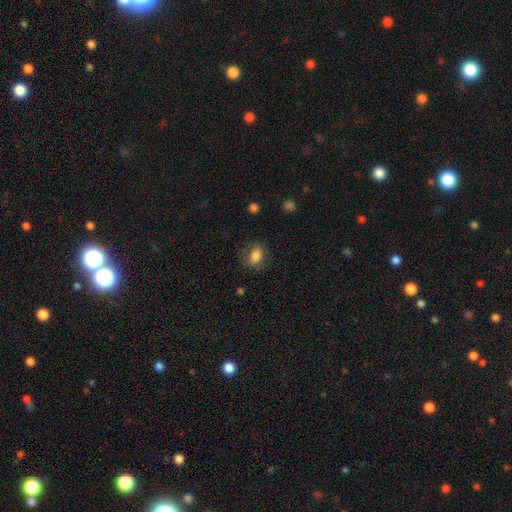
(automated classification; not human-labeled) Overall: smooth (83%). How rounded: in between (70%). Merging: none (76%).